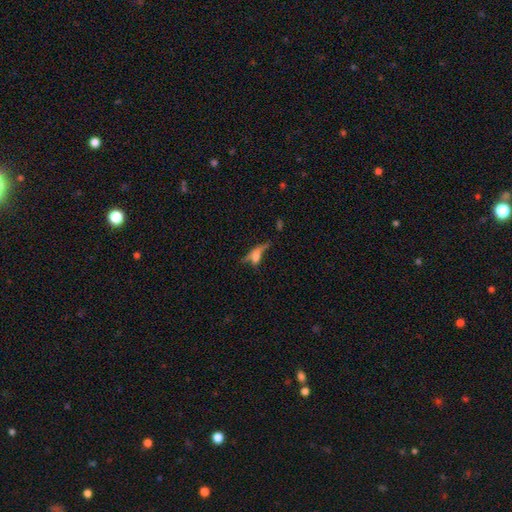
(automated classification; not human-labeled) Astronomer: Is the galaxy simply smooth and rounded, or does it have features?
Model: smooth — 42%, tied with featured or disk at 42%.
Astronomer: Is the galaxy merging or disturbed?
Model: none — 42% (runner-up: major disturbance, 23%).